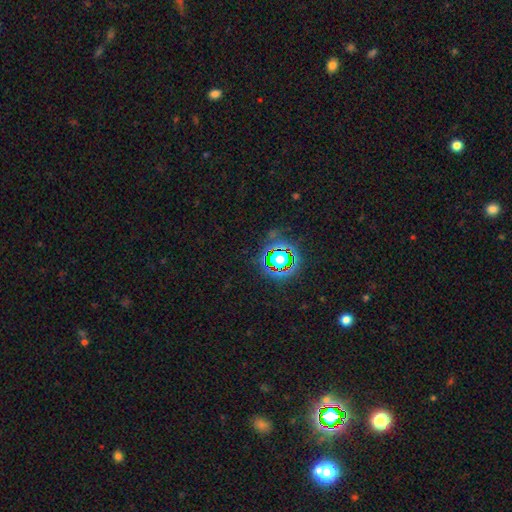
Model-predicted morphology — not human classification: star or artifact 82%, smooth 11%, featured or disk 7%.